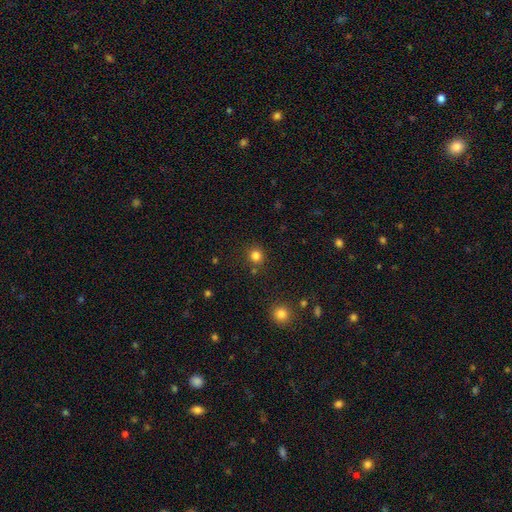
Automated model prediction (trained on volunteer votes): This appears to be a smooth galaxy with no disk features (81%) that is round (91%). Merging: none (84%).